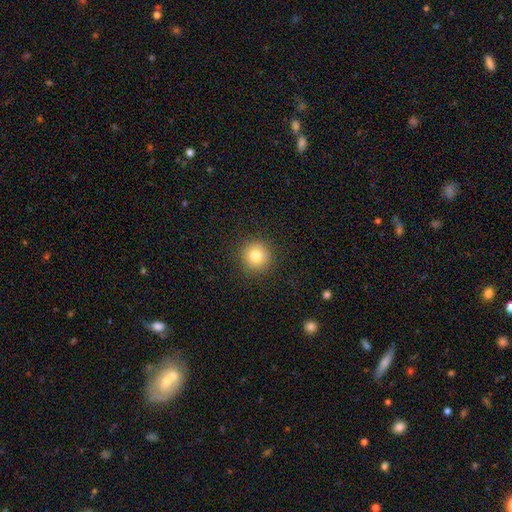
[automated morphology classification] Smooth or featured?
  - smooth: 80% *
  - star or artifact: 11%
  - featured or disk: 8%
How rounded?
  - round: 93% *
  - in between: 6%
  - cigar-shaped: 1%
Merging?
  - none: 90% *
  - minor disturbance: 7%
  - major disturbance: 2%
  - merger: 1%